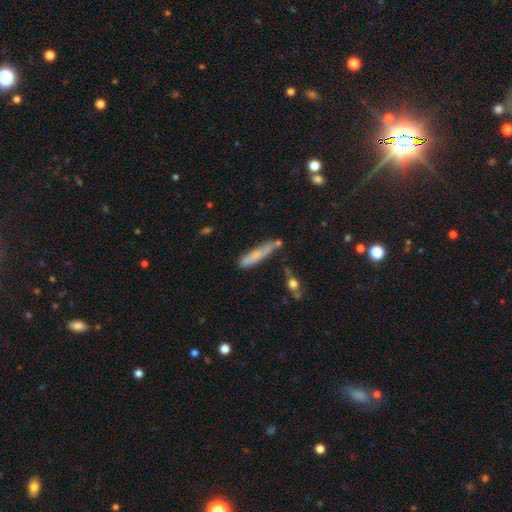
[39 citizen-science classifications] smooth 67%, featured or disk 31%, star or artifact 3%. Down the decision tree: how rounded — cigar-shaped (81%); merging — none (53%).